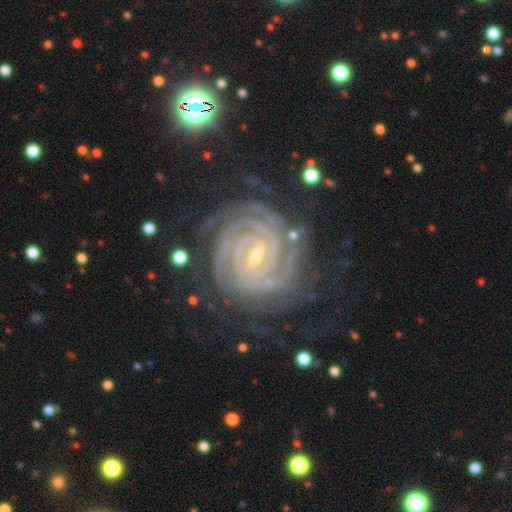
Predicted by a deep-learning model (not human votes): Q: Smooth or featured?
A: featured or disk (92%); runner-up: star or artifact (5%)
Q: Edge-on disk?
A: no (98%); runner-up: yes (2%)
Q: Bar?
A: weak (43%); runner-up: strong (37%)
Q: Spiral arms?
A: yes (99%); runner-up: no (1%)
Q: Spiral winding?
A: tight (89%); runner-up: medium (9%)
Q: Spiral arm count?
A: 2 (32%); runner-up: 3 (18%)
Q: Bulge size?
A: small (68%); runner-up: moderate (29%)
Q: Merging?
A: none (76%); runner-up: minor disturbance (15%)